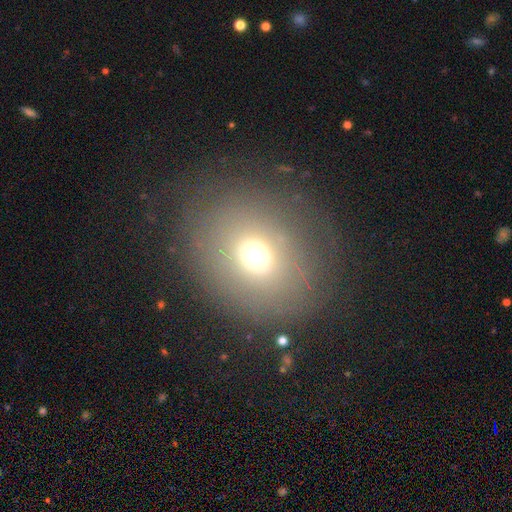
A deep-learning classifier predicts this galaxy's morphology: type=smooth (63%); roundness=round (64%); merging=none (76%).